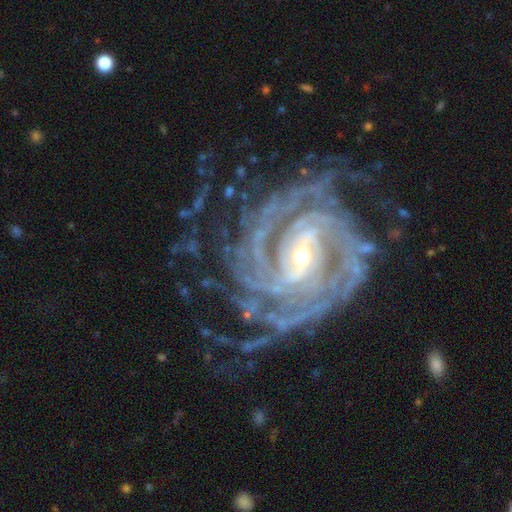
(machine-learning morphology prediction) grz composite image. It shows a featured or disk galaxy (93%) with a strong bar (42%), 4 (24%) tight (77%) spiral arms (99%) and a small central bulge (63%). Merging: none (68%).